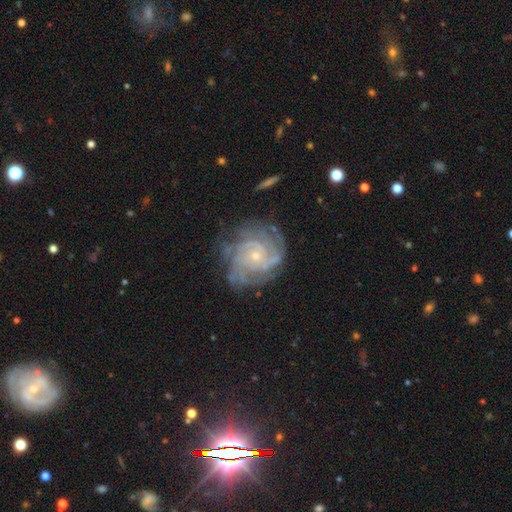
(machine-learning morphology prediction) Smooth or featured?
  - featured or disk: 88% *
  - star or artifact: 7%
  - smooth: 5%
Edge-on disk?
  - no: 98% *
  - yes: 2%
Bar?
  - no: 77% *
  - weak: 19%
  - strong: 5%
Spiral arms?
  - yes: 97% *
  - no: 3%
Spiral winding?
  - tight: 72% *
  - medium: 24%
  - loose: 4%
Spiral arm count?
  - 4: 26% *
  - can't tell: 23%
  - 3: 19%
  - 2: 13%
  - more than 4: 11%
  - 1: 7%
Bulge size?
  - small: 80% *
  - moderate: 16%
  - none: 2%
  - large: 1%
  - dominant: 1%
Merging?
  - none: 73% *
  - minor disturbance: 18%
  - major disturbance: 7%
  - merger: 2%